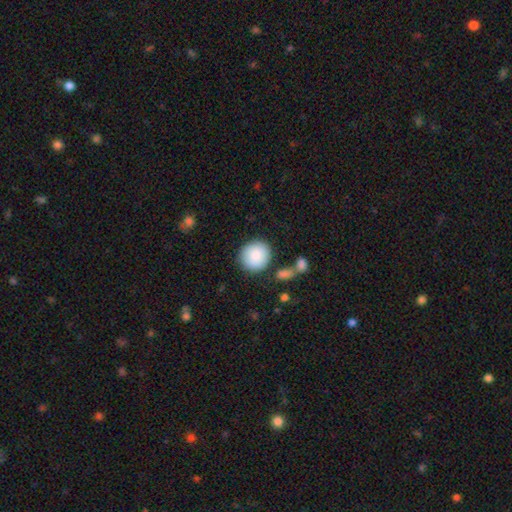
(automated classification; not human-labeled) Smooth or featured?
  - smooth: 88% *
  - star or artifact: 6%
  - featured or disk: 6%
How rounded?
  - round: 88% *
  - in between: 11%
  - cigar-shaped: 1%
Merging?
  - none: 80% *
  - minor disturbance: 10%
  - merger: 6%
  - major disturbance: 4%